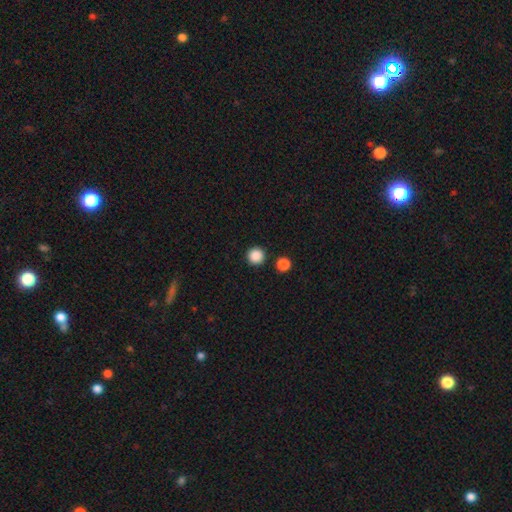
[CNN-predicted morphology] Smooth or featured: smooth — 87% (star or artifact — 10%)
How rounded: round — 96% (in between — 3%)
Merging: none — 90% (minor disturbance — 5%)